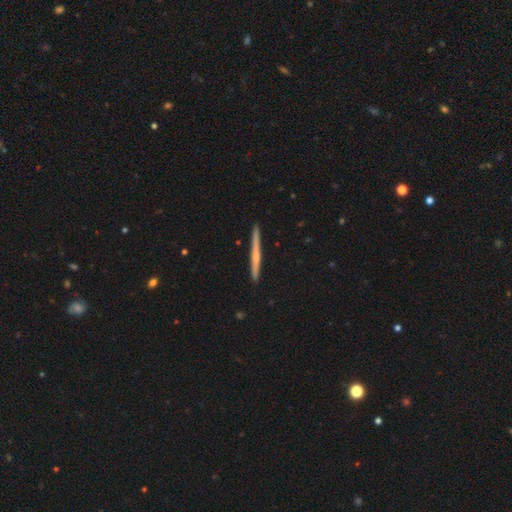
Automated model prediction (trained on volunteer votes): featured or disk 53%, smooth 41%, star or artifact 6%. Down the decision tree: edge-on disk — yes (98%); edge-on bulge — none (57%); merging — none (92%).